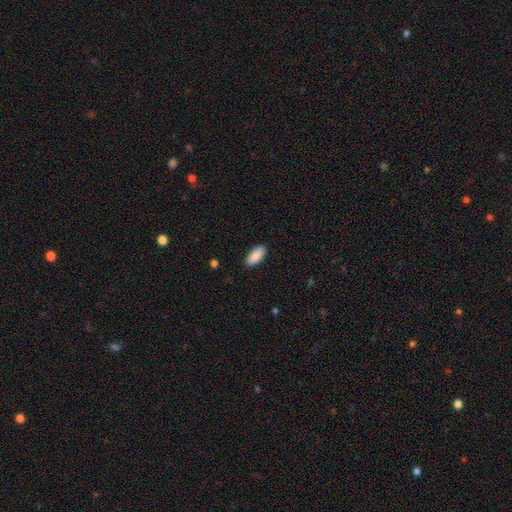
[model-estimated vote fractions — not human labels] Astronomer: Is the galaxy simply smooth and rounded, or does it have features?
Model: smooth — 91%.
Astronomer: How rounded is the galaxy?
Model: in between — 90%.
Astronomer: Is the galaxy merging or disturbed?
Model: none — 89%.